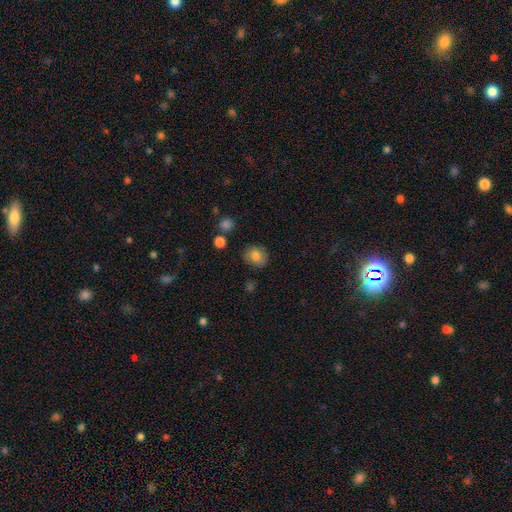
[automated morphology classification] type=smooth (77%); roundness=round (76%); merging=none (81%).